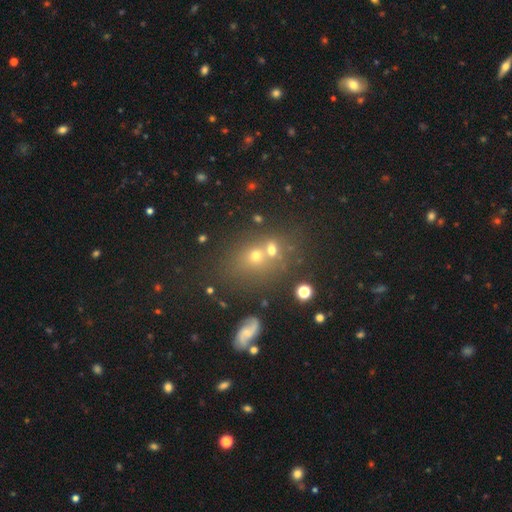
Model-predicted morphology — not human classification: smooth_or_featured: smooth (p=0.60) [alt: star or artifact p=0.23]
how_rounded: round (p=0.61) [alt: in between p=0.37]
merging: merger (p=0.44) [alt: none p=0.42]